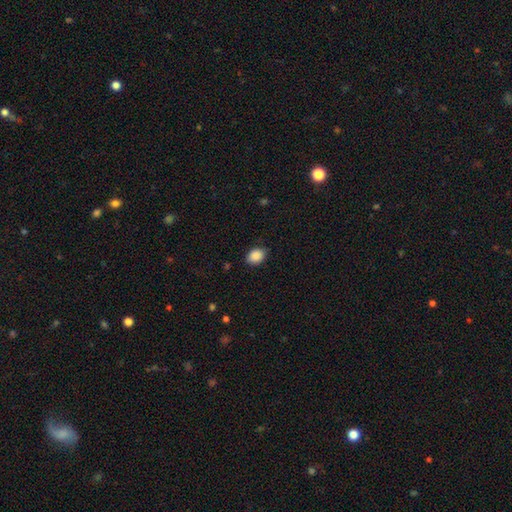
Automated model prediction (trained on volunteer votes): Smooth or featured?
  - smooth: 89% *
  - star or artifact: 8%
  - featured or disk: 3%
How rounded?
  - in between: 71% *
  - round: 28%
  - cigar-shaped: 1%
Merging?
  - none: 85% *
  - minor disturbance: 12%
  - major disturbance: 2%
  - merger: 1%